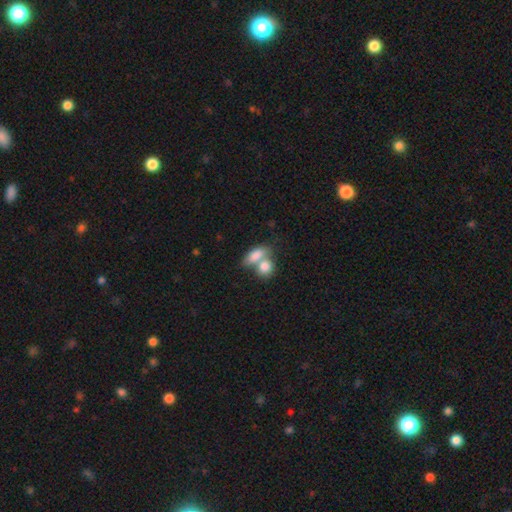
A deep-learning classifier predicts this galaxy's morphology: smooth-or-featured: smooth: 81% | featured or disk: 12% | star or artifact: 7%
  how-rounded: in between: 78% | round: 14% | cigar-shaped: 7%
  merging: merger: 62% | none: 26% | minor disturbance: 8% | major disturbance: 4%